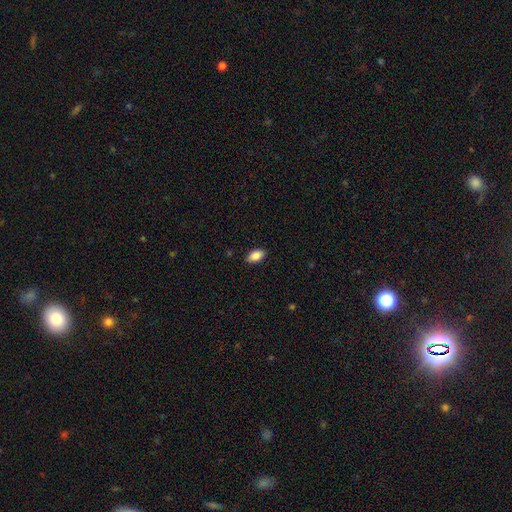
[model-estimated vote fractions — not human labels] Smooth or featured: smooth — 88% (star or artifact — 7%)
How rounded: in between — 93% (round — 5%)
Merging: none — 87% (minor disturbance — 10%)